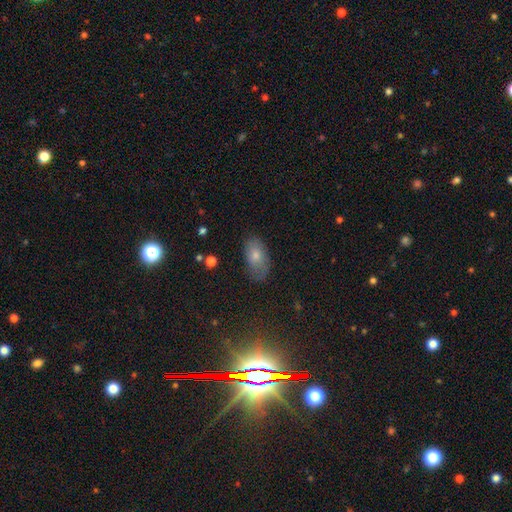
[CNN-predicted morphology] smooth_or_featured: smooth (p=0.76) [alt: featured or disk p=0.16]
how_rounded: in between (p=0.92) [alt: round p=0.05]
merging: none (p=0.68) [alt: minor disturbance p=0.24]